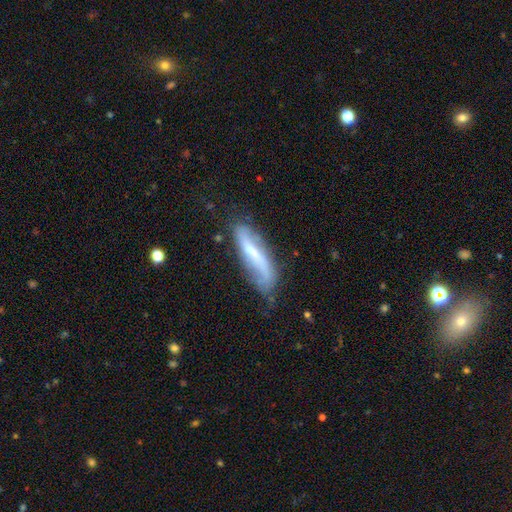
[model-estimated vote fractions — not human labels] smooth-or-featured: featured or disk: 59% | smooth: 33% | star or artifact: 8%
  disk-edge-on: no: 68% | yes: 32%
  merging: none: 59% | minor disturbance: 28% | major disturbance: 10% | merger: 3%